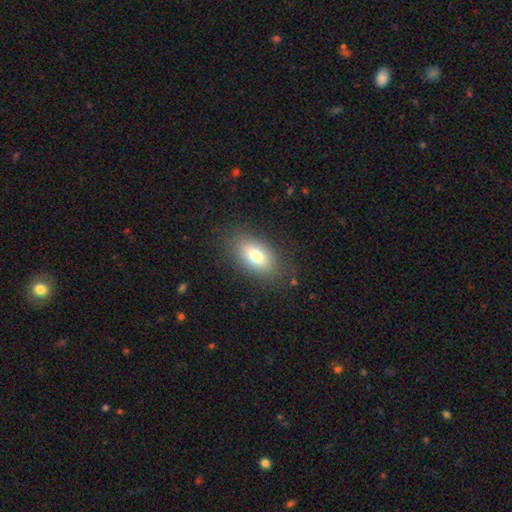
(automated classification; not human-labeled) smooth_or_featured: smooth (p=0.76) [alt: featured or disk p=0.15]
how_rounded: in between (p=0.88) [alt: round p=0.10]
merging: none (p=0.82) [alt: minor disturbance p=0.12]